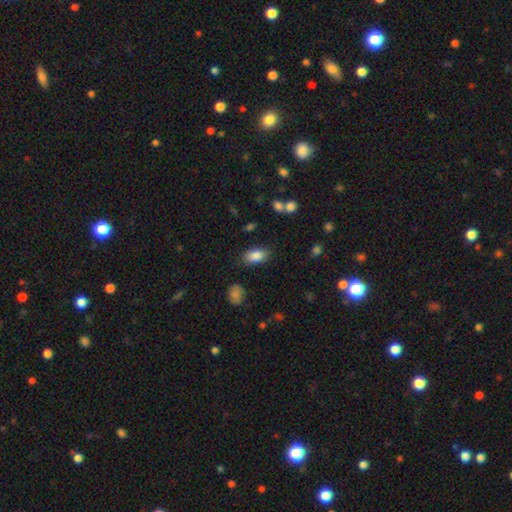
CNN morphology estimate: Overall: smooth (86%). How rounded: in between (93%). Merging: none (81%).